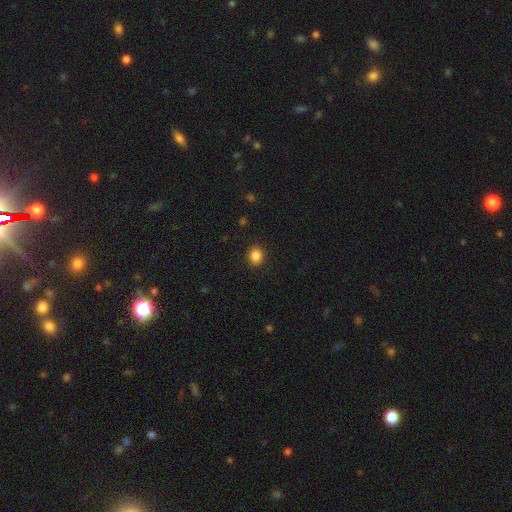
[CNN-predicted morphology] This is clearly a smooth galaxy (87%). How rounded: possibly round (60%). Merging: clearly none (90%).